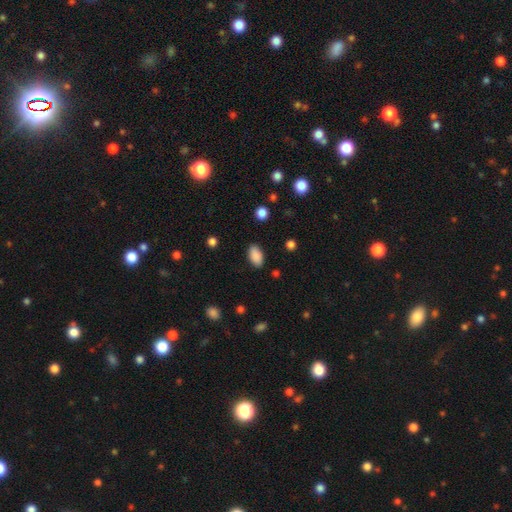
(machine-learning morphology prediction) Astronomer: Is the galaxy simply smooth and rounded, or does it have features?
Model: smooth — 89%.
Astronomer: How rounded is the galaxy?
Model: in between — 93%.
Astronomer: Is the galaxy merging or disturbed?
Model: none — 87%.